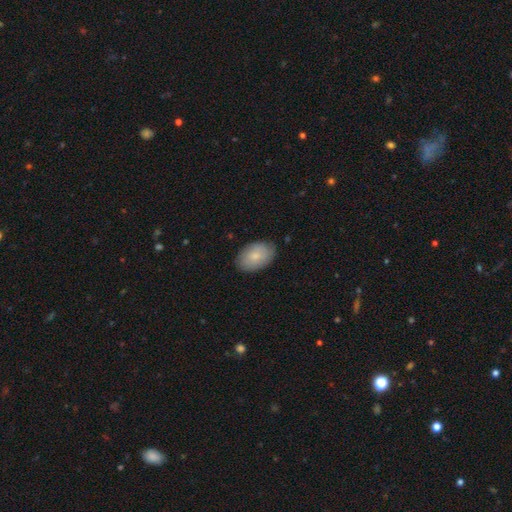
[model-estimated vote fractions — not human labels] Q: Smooth or featured?
A: smooth (77%); runner-up: featured or disk (17%)
Q: How rounded?
A: in between (90%); runner-up: round (8%)
Q: Merging?
A: none (82%); runner-up: minor disturbance (14%)